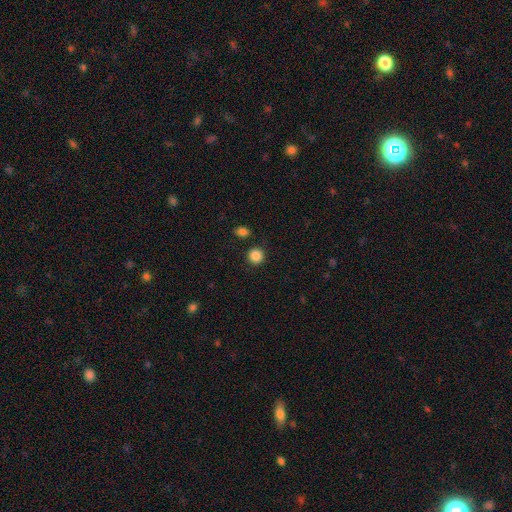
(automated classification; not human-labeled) This appears to be a smooth galaxy with no disk features (87%) that is round (93%). Merging: none (89%).